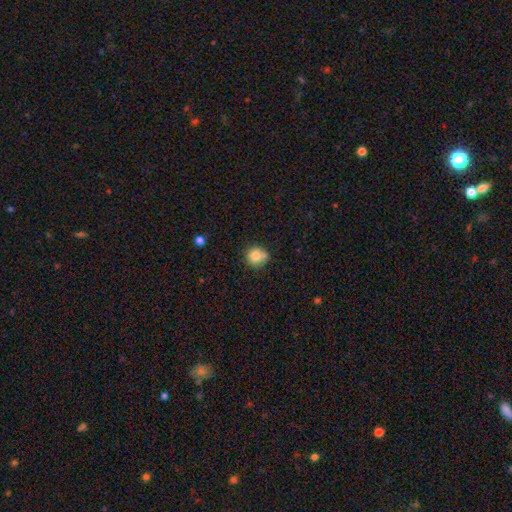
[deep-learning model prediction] Morphology: type=smooth (81%); roundness=round (90%); merging=none (65%).